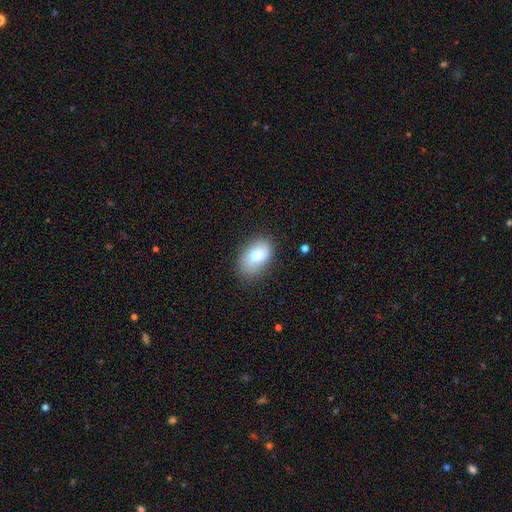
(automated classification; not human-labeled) smooth 77%, featured or disk 15%, star or artifact 8%. Down the decision tree: how rounded — in between (89%); merging — none (76%).